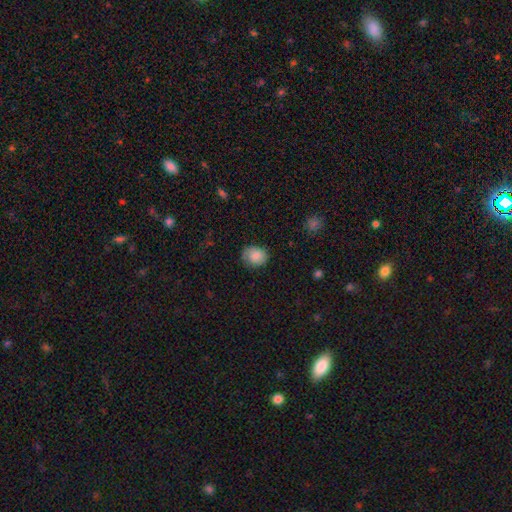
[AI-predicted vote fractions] A smooth galaxy with no disk features (84%) that is round (53%).

Vote fractions:
- Smooth or featured? smooth: 84% / featured or disk: 8% / star or artifact: 8%
- How rounded? round: 53% / in between: 46% / cigar-shaped: 1%
- Merging? none: 75% / minor disturbance: 19% / major disturbance: 4% / merger: 1%